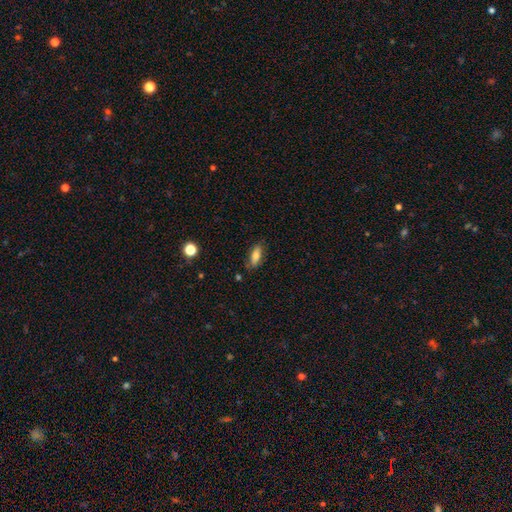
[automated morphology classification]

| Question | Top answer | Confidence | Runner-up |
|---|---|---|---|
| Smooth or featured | smooth | 74% | featured or disk (19%) |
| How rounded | in between | 72% | cigar-shaped (25%) |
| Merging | none | 78% | minor disturbance (17%) |